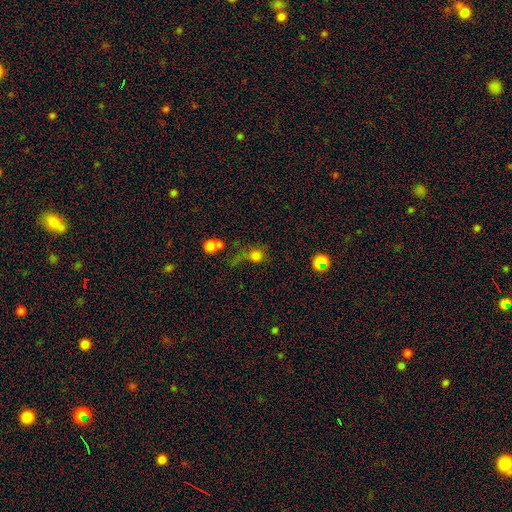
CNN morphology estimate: smooth_or_featured: smooth (p=0.73) [alt: star or artifact p=0.17]
how_rounded: round (p=0.84) [alt: in between p=0.15]
merging: none (p=0.44) [alt: major disturbance p=0.20]